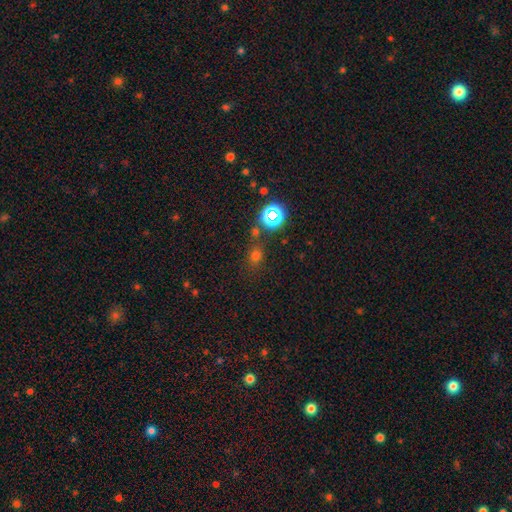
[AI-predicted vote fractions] A smooth galaxy with no disk features (62%) that is round (70%). Merging: none (75%).